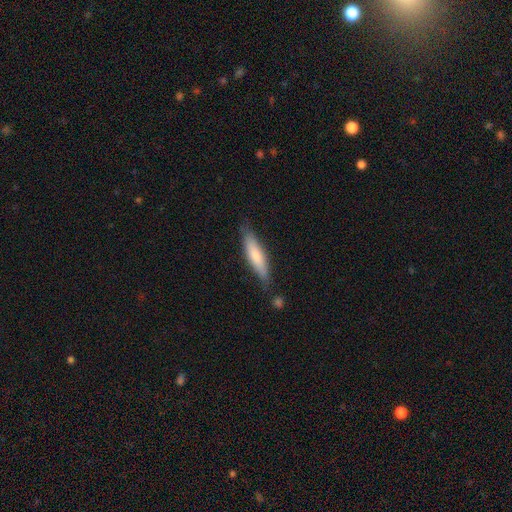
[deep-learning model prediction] This appears to be a smooth galaxy with no disk features (71%) that is cigar-shaped (77%). Merging: none (77%).